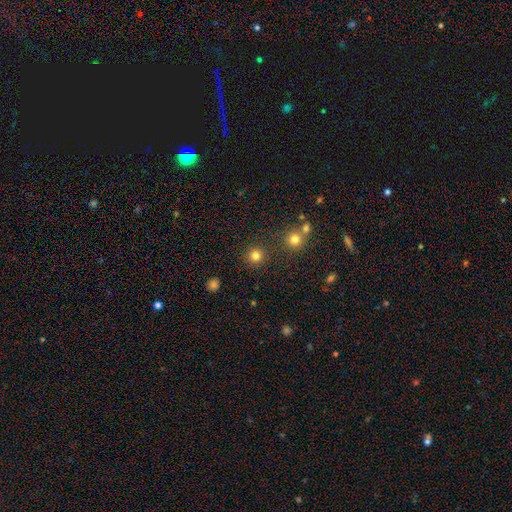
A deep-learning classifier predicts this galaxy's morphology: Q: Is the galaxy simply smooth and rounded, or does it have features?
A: smooth — 80%.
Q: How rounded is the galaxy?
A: round — 94%.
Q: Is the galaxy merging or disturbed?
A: none — 88%.